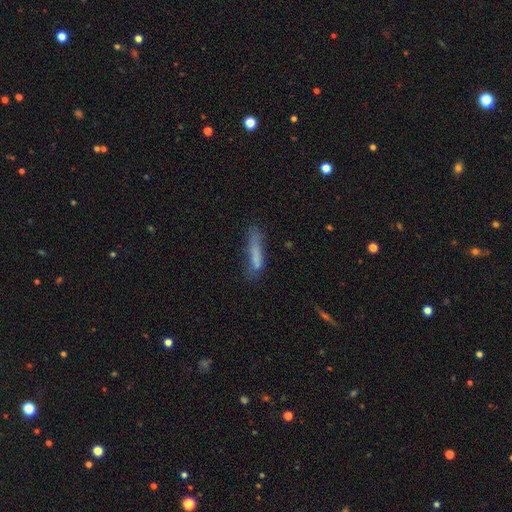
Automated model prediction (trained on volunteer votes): Morphology: type=smooth (67%); roundness=cigar-shaped (82%); merging=none (51%).